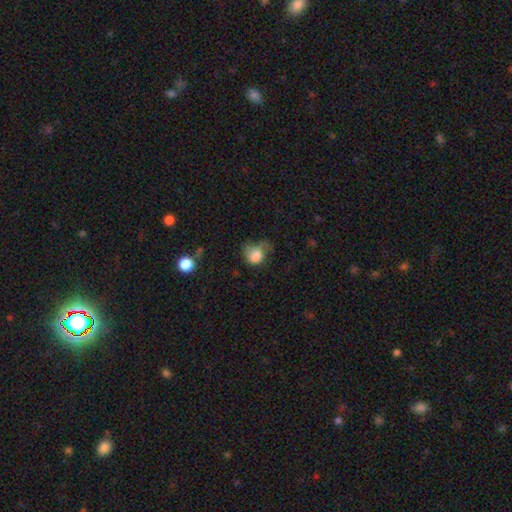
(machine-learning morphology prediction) Smooth or featured? Predicted: smooth (p=0.78). How rounded? Predicted: round (p=0.59). Merging? Predicted: major disturbance (p=0.34).